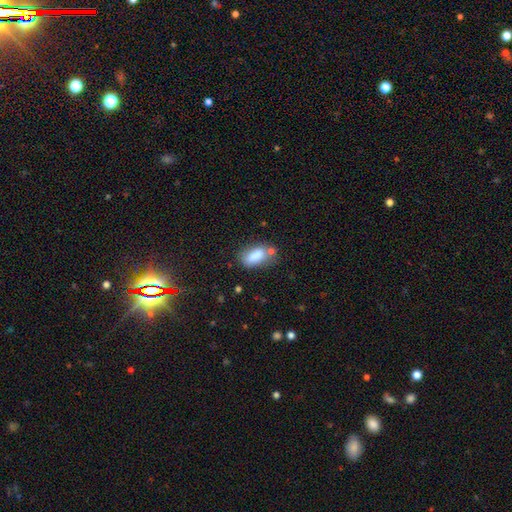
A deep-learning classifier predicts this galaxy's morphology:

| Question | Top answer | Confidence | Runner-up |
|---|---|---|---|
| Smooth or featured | smooth | 81% | featured or disk (10%) |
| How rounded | in between | 86% | cigar-shaped (9%) |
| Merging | none | 54% | minor disturbance (22%) |